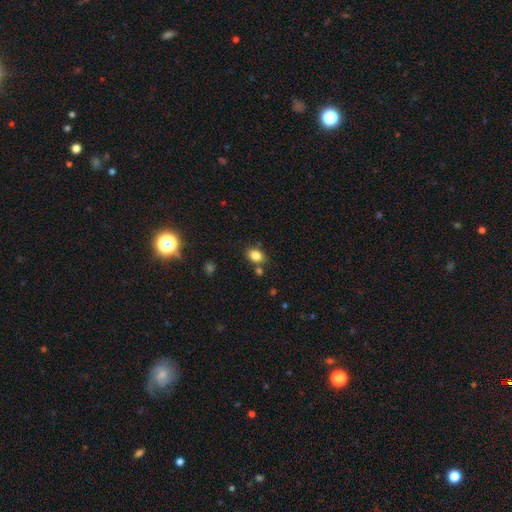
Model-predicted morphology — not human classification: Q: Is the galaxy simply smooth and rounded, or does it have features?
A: smooth — 84%.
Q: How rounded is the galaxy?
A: in between — 74%.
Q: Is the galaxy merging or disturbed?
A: none — 75%.